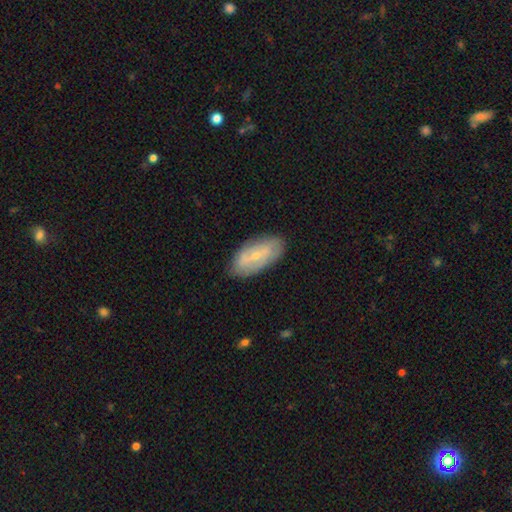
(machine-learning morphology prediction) smooth-or-featured: featured or disk: 51% | smooth: 42% | star or artifact: 7%
  disk-edge-on: no: 89% | yes: 11%
  merging: none: 82% | minor disturbance: 14% | major disturbance: 3% | merger: 1%